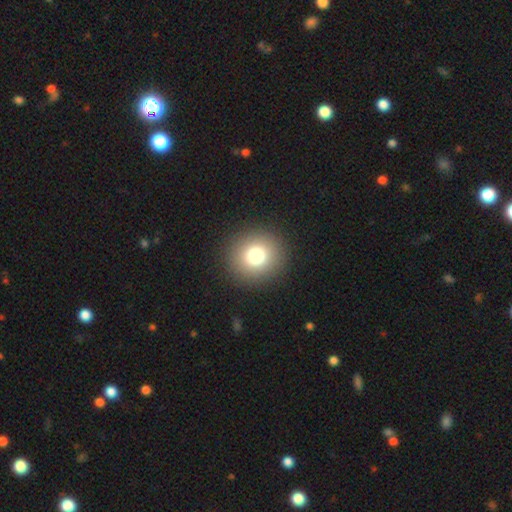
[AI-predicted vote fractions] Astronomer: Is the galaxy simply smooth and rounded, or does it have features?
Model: smooth — 78%.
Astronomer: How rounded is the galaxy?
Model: round — 88%.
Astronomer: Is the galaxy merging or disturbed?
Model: none — 91%.